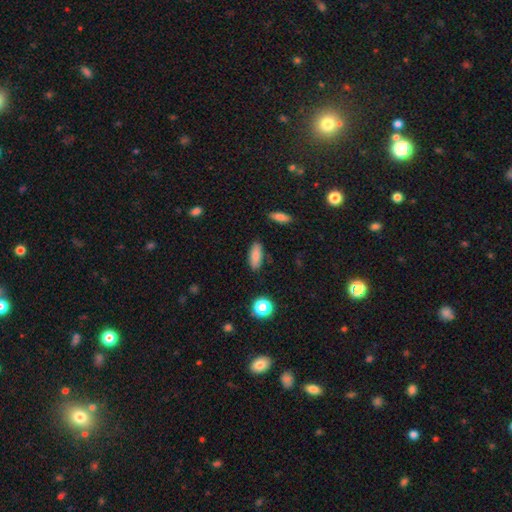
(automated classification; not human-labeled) smooth-or-featured: smooth: 84% | star or artifact: 9% | featured or disk: 8%
  how-rounded: in between: 76% | cigar-shaped: 21% | round: 3%
  merging: none: 86% | minor disturbance: 9% | major disturbance: 2% | merger: 2%